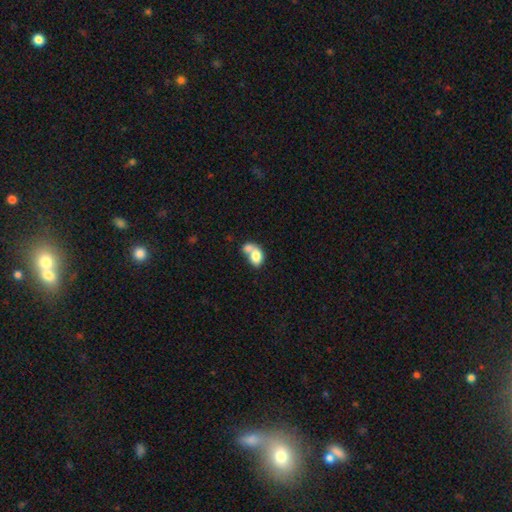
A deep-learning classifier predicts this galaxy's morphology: smooth 75%, featured or disk 17%, star or artifact 8%. Down the decision tree: how rounded — in between (76%); merging — merger (65%).